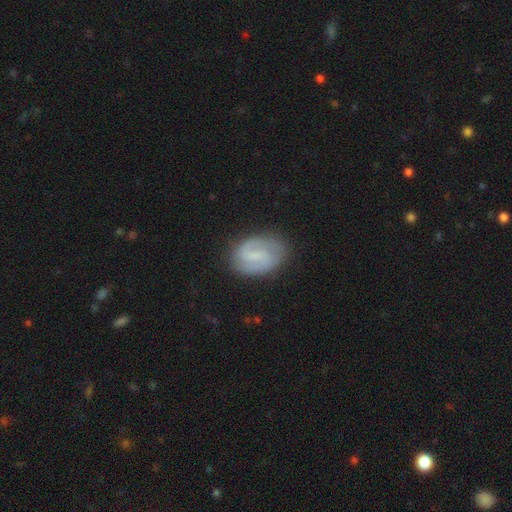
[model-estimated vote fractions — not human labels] A featured or disk galaxy (75%) with a weak bar (57%), 2 (86%) medium (48%) spiral arms (92%) and a small central bulge (50%).

Vote fractions:
- Smooth or featured? featured or disk: 75% / smooth: 20% / star or artifact: 6%
- Edge-on disk? no: 97% / yes: 3%
- Bar? weak: 57% / strong: 23% / no: 20%
- Spiral arms? yes: 92% / no: 8%
- Spiral winding? medium: 48% / tight: 28% / loose: 24%
- Spiral arm count? 2: 86% / can't tell: 7% / 1: 3% / 3: 2% / 4: 1% / more than 4: 1%
- Bulge size? small: 50% / none: 34% / moderate: 14% / large: 1% / dominant: 1%
- Merging? none: 79% / minor disturbance: 15% / major disturbance: 5% / merger: 1%